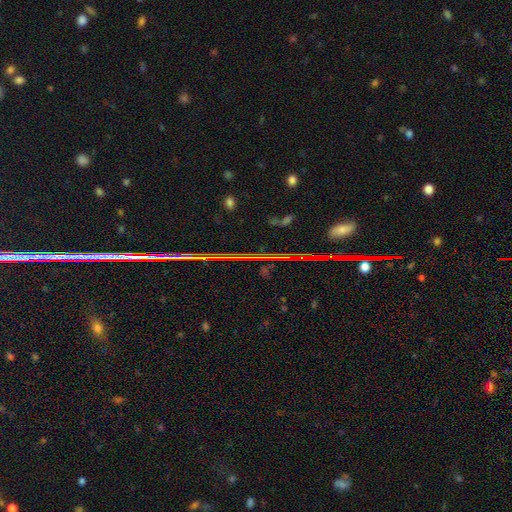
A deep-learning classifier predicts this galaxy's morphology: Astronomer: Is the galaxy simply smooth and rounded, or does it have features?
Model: star or artifact — 82%.